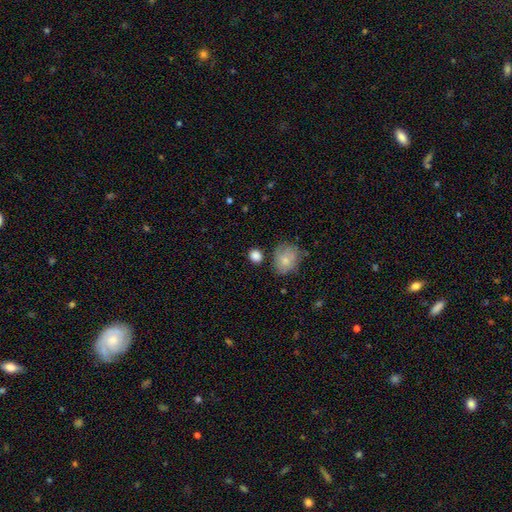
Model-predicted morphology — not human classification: Smooth or featured?
  - smooth: 85% *
  - star or artifact: 9%
  - featured or disk: 7%
How rounded?
  - round: 72% *
  - in between: 27%
  - cigar-shaped: 1%
Merging?
  - none: 77% *
  - minor disturbance: 13%
  - merger: 6%
  - major disturbance: 4%